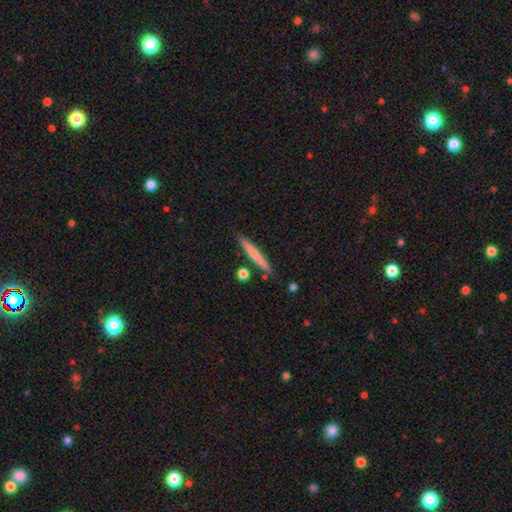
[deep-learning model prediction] A smooth galaxy with no disk features (65%) that is cigar-shaped (95%). Merging: none (82%).